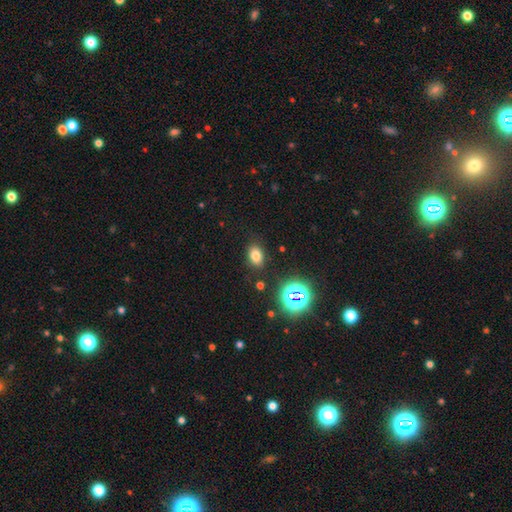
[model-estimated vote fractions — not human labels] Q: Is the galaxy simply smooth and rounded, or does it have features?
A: smooth — 72%.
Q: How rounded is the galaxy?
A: in between — 78%.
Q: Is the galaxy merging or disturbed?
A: none — 83%.